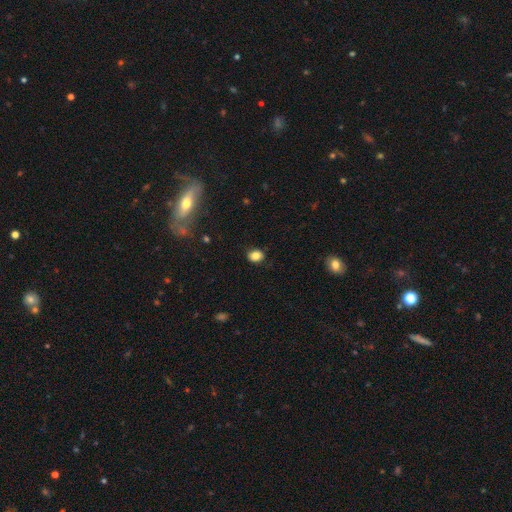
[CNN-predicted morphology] Smooth or featured?
  - smooth: 83% *
  - star or artifact: 11%
  - featured or disk: 6%
How rounded?
  - round: 54% *
  - in between: 45%
  - cigar-shaped: 1%
Merging?
  - none: 82% *
  - minor disturbance: 14%
  - major disturbance: 3%
  - merger: 1%